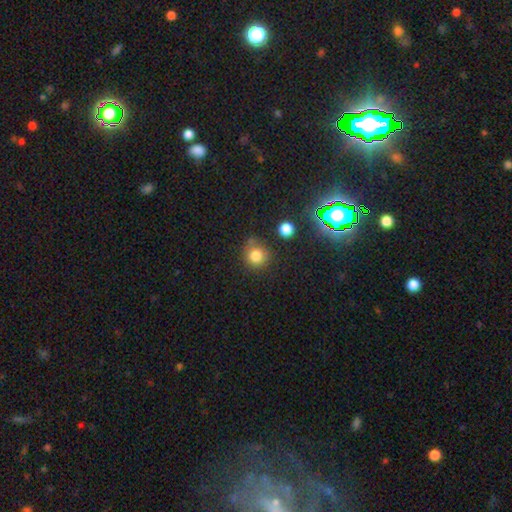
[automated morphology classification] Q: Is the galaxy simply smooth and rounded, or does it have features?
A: smooth — 80%.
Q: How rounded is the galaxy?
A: round — 91%.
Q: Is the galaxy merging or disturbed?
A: none — 74%.